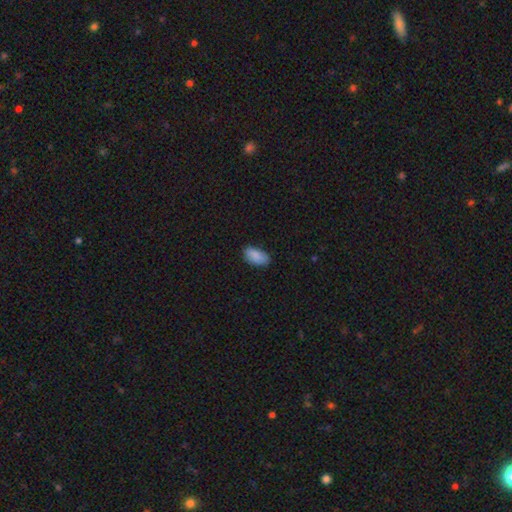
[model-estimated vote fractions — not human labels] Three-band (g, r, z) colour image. It shows a smooth galaxy with no disk features (88%) that is in between round and cigar-shaped (93%). Merging: none (78%).